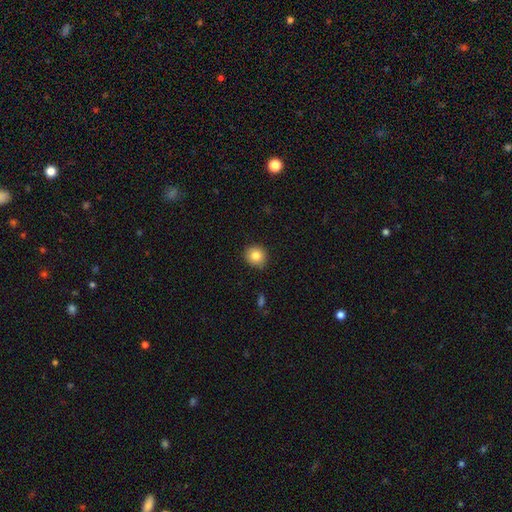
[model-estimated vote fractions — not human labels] Morphology: type=smooth (83%); roundness=round (84%); merging=none (88%).